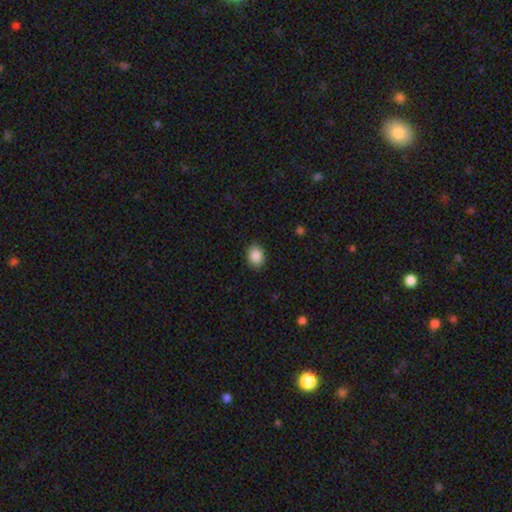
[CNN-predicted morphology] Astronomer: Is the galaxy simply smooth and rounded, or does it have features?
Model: smooth — 89%.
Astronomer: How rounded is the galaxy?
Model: in between — 63%.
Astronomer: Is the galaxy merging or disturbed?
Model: none — 89%.